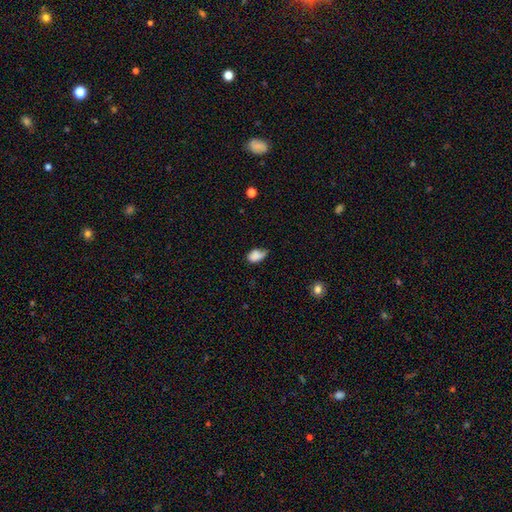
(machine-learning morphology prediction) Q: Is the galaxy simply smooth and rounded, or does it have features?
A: smooth — 81%.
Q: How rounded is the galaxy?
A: in between — 87%.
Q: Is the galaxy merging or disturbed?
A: minor disturbance — 45%.